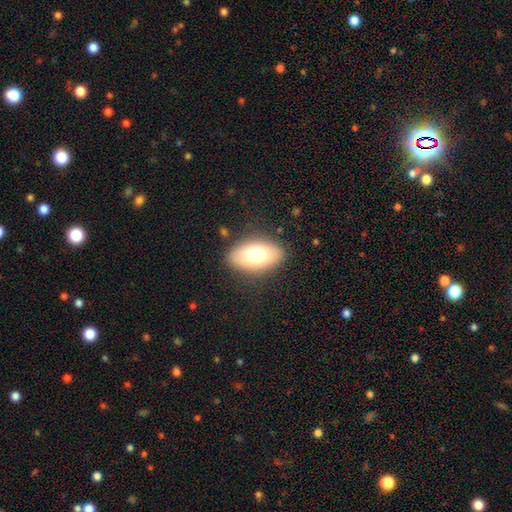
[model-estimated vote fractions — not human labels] The model was most divided on "smooth or featured": smooth: 73%, featured or disk: 19%, star or artifact: 8%. More confident: how rounded — in between (90%); merging — none (83%).